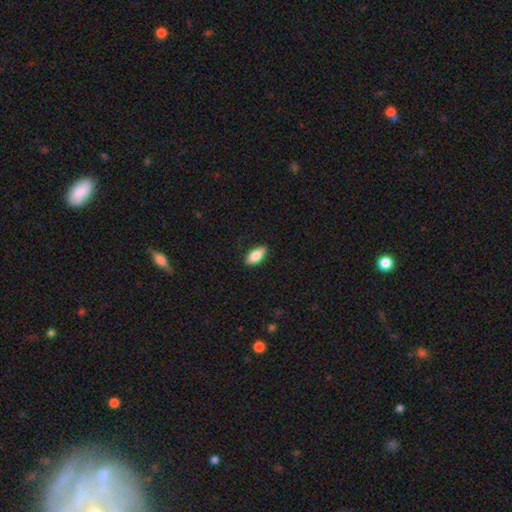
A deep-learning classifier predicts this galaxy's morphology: A smooth galaxy with no disk features (80%) that is in between round and cigar-shaped (86%). Merging: none (86%).